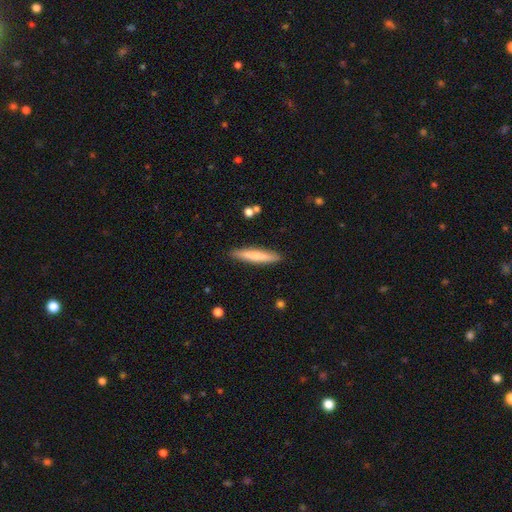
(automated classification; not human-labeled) Morphology: type=smooth (70%); roundness=cigar-shaped (92%); merging=none (90%).